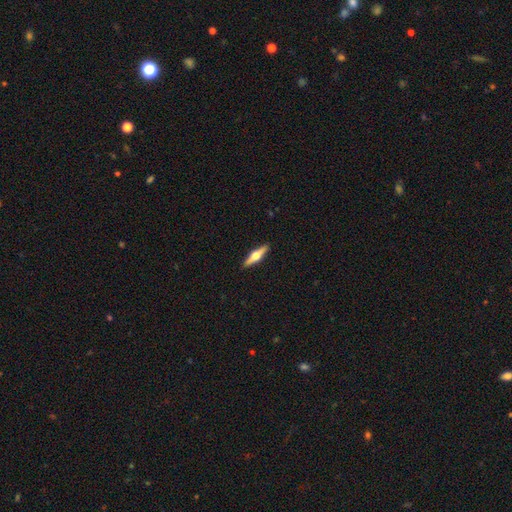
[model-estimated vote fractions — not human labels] Smooth or featured? Predicted: featured or disk (p=0.69). Edge-on disk? Predicted: yes (p=0.97). Edge-on bulge? Predicted: rounded (p=0.96). Merging? Predicted: none (p=0.91).